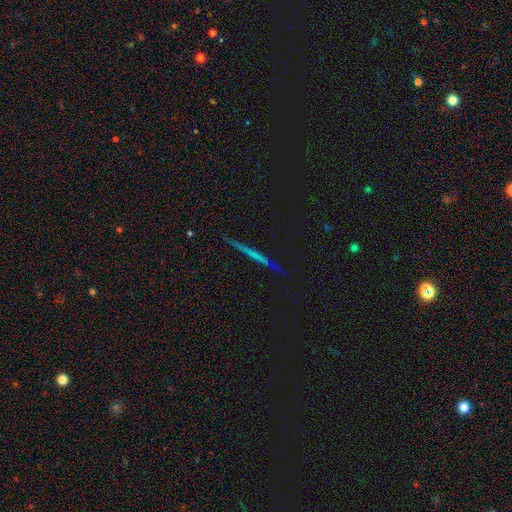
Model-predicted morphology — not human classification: Smooth or featured? Predicted: featured or disk (p=0.56). Edge-on disk? Predicted: yes (p=0.97). Edge-on bulge? Predicted: none (p=0.88). Merging? Predicted: none (p=0.92).